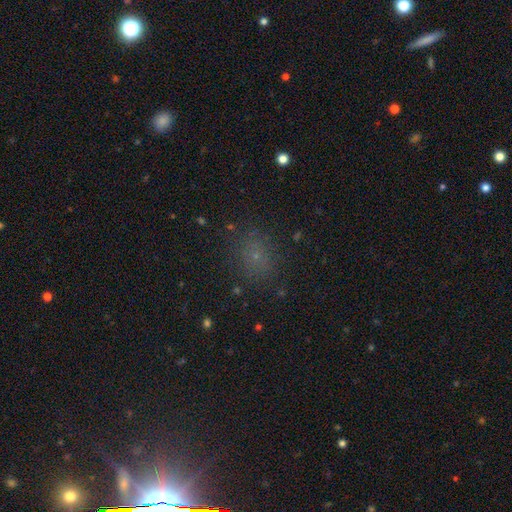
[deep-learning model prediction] This appears to be a smooth galaxy with no disk features (61%) that is round (61%). Merging: none (82%).